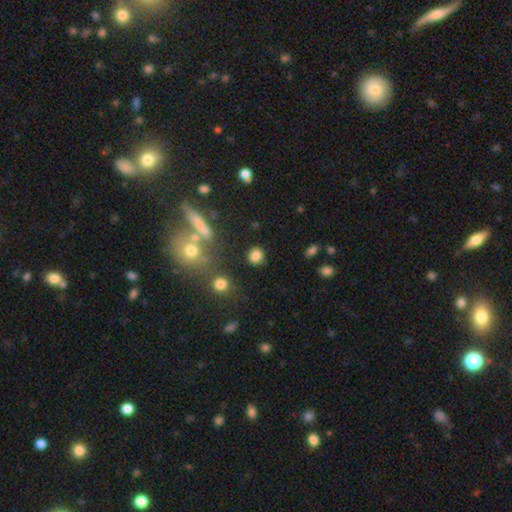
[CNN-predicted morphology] Smooth or featured? smooth (81%)
How rounded? round (76%)
Merging? none (81%)